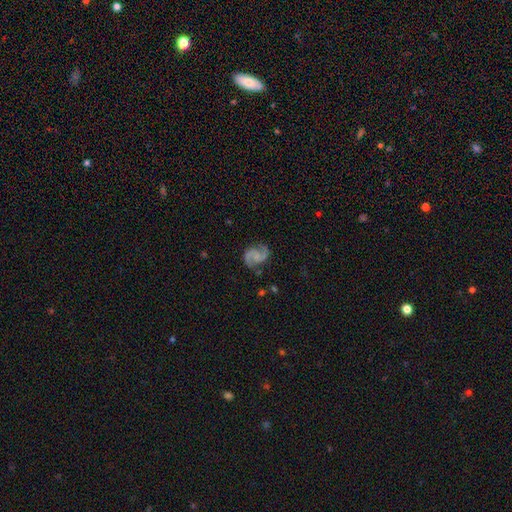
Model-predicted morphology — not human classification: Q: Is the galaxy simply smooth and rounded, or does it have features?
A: featured or disk — 88%.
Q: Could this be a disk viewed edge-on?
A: no — 98%.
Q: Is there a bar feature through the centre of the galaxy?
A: no — 56%.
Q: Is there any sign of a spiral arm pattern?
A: yes — 98%.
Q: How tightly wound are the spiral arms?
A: medium — 54%.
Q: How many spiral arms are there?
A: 2 — 94%.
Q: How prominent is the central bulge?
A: none — 55%.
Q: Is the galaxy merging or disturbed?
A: none — 80%.